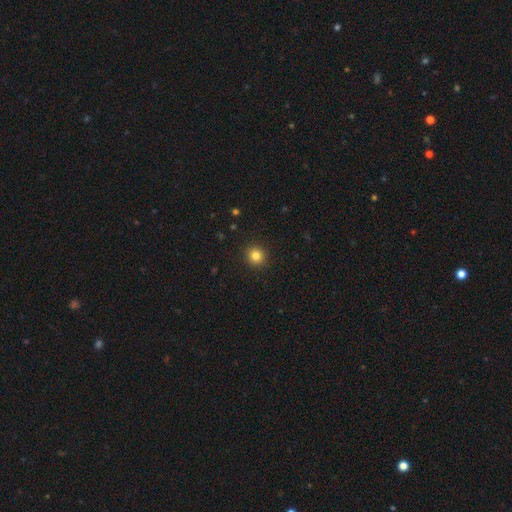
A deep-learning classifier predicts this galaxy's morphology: smooth-or-featured: smooth: 83% | star or artifact: 12% | featured or disk: 5%
  how-rounded: round: 92% | in between: 7% | cigar-shaped: 1%
  merging: none: 92% | minor disturbance: 5% | major disturbance: 2% | merger: 1%